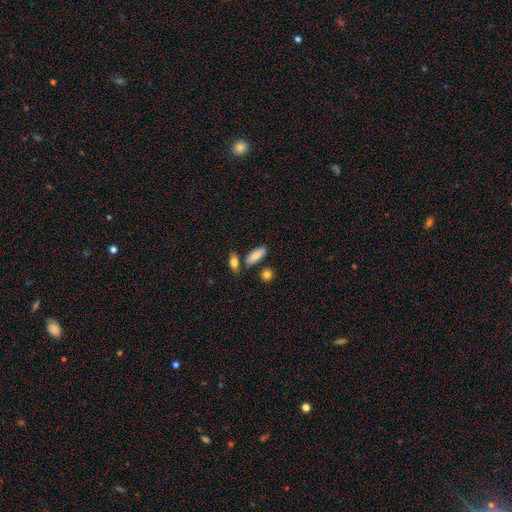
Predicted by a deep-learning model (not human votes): This appears to be a smooth galaxy with no disk features (83%) that is in between round and cigar-shaped (72%). Merging: none (72%).